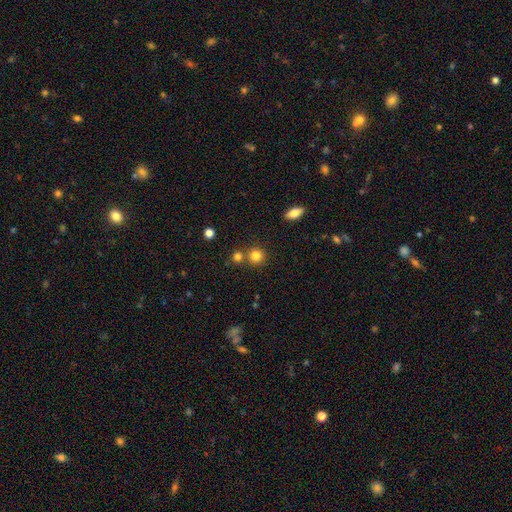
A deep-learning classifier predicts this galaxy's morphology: smooth 82%, star or artifact 12%, featured or disk 6%. Down the decision tree: how rounded — round (90%); merging — none (71%).